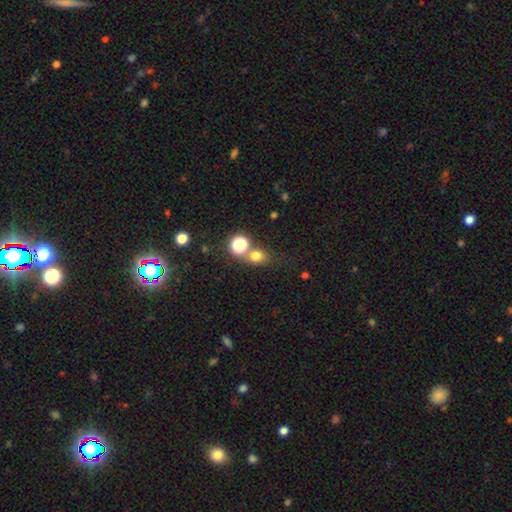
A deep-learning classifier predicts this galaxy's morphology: type=smooth (72%); roundness=round (66%); merging=none (61%).